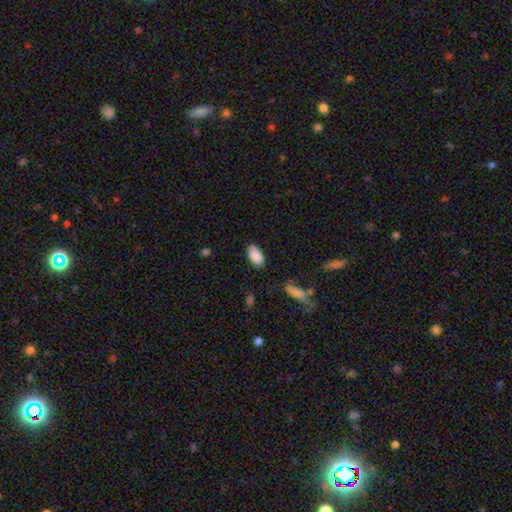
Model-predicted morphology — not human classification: smooth 88%, star or artifact 7%, featured or disk 5%. Down the decision tree: how rounded — in between (94%); merging — none (83%).